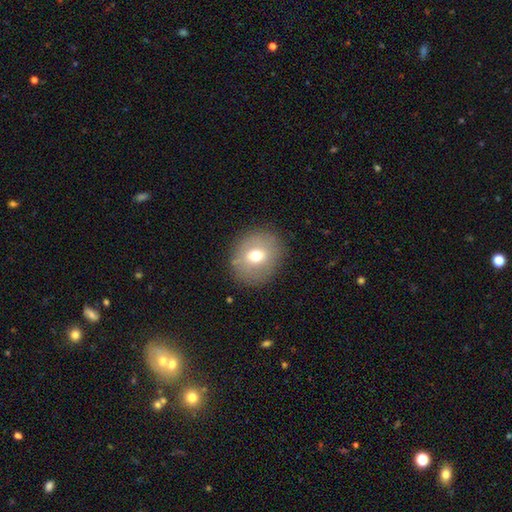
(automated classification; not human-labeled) smooth 65%, featured or disk 25%, star or artifact 10%. Down the decision tree: how rounded — round (71%); merging — none (84%).